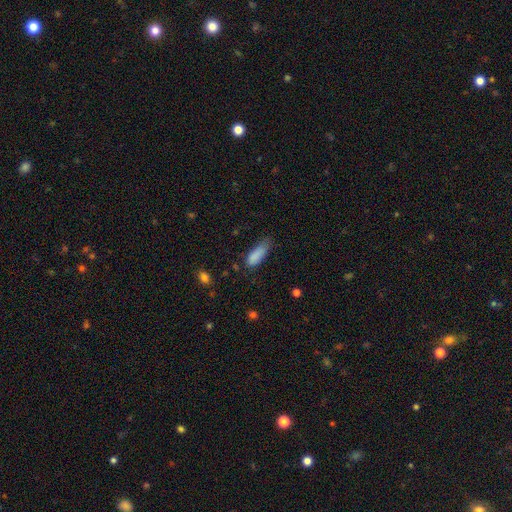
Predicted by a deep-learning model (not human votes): smooth-or-featured: smooth: 85% | star or artifact: 8% | featured or disk: 7%
  how-rounded: in between: 65% | cigar-shaped: 33% | round: 2%
  merging: minor disturbance: 41% | none: 40% | major disturbance: 16% | merger: 3%